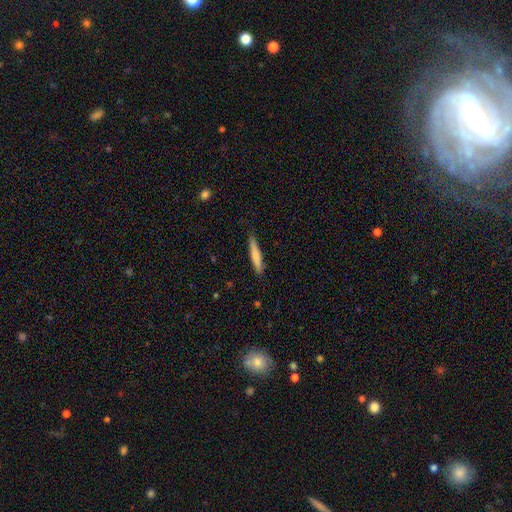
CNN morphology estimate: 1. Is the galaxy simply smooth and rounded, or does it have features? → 70% smooth, 24% featured or disk, 6% star or artifact.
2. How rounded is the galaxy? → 92% cigar-shaped, 7% in between, 1% round.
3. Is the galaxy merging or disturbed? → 83% none, 14% minor disturbance, 2% major disturbance, 1% merger.